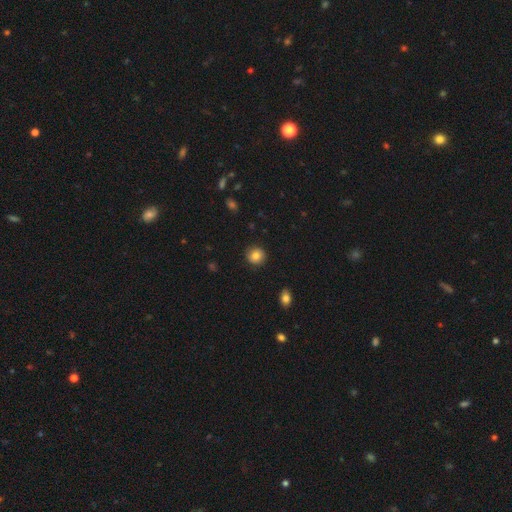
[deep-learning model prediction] Overall: smooth (83%). How rounded: round (90%). Merging: none (90%).